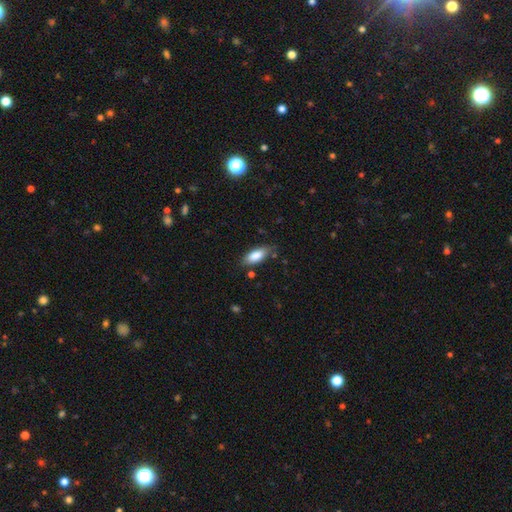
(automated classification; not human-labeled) smooth 85%, featured or disk 9%, star or artifact 6%. Down the decision tree: how rounded — in between (80%); merging — none (77%).